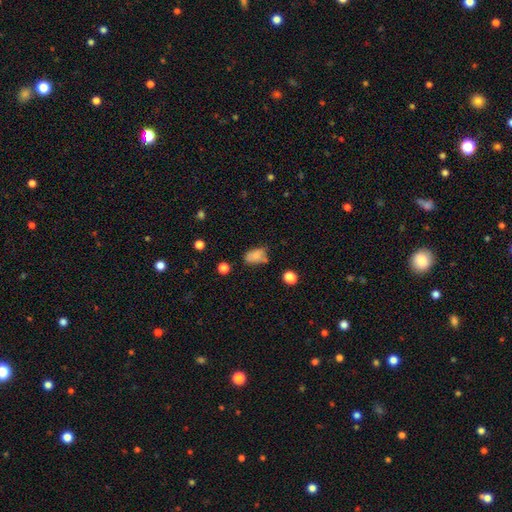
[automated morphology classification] The model was most divided on "merging": none: 55%, minor disturbance: 27%, major disturbance: 9%, merger: 9%. More confident: how rounded — in between (87%); smooth or featured — smooth (81%).